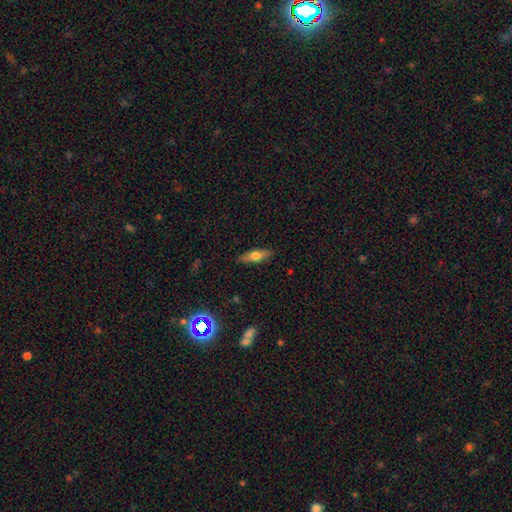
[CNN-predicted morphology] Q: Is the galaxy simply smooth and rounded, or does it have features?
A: smooth — 58%.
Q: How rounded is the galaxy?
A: in between — 49%.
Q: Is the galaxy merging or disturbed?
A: none — 87%.